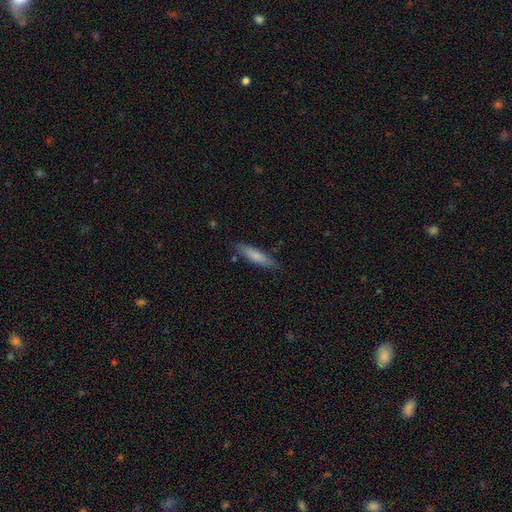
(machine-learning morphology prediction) A smooth galaxy with no disk features (76%) that is cigar-shaped (79%). Merging: none (81%).